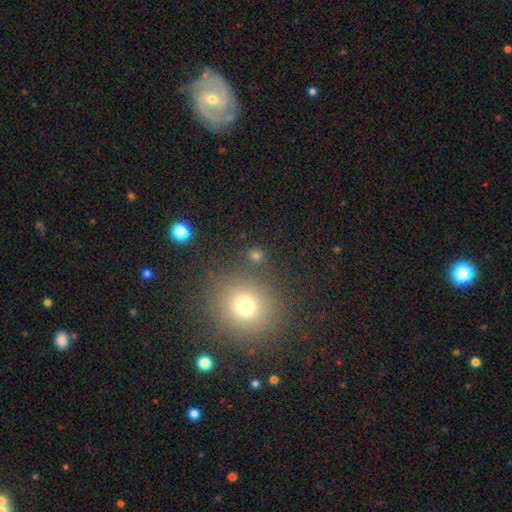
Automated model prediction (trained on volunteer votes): This appears to be a smooth galaxy with no disk features (73%) that is round (86%). Merging: none (82%).